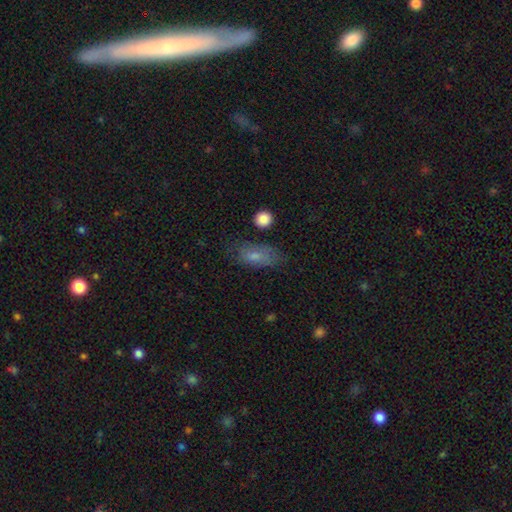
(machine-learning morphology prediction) type=smooth (70%); roundness=in between (83%); merging=none (64%).